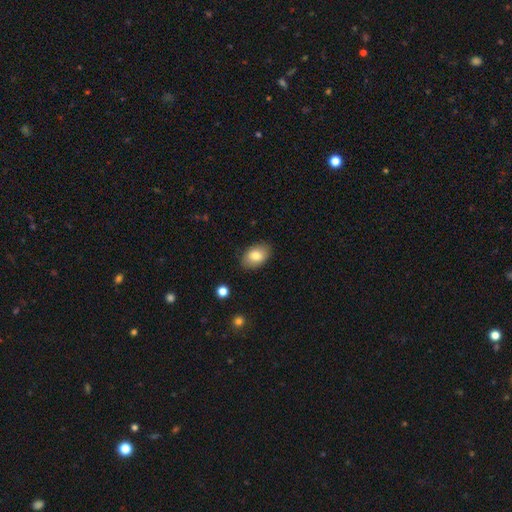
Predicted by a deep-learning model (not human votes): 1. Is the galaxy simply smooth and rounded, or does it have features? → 82% smooth, 11% featured or disk, 7% star or artifact.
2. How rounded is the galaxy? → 87% in between, 12% round, 1% cigar-shaped.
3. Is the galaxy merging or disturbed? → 85% none, 11% minor disturbance, 3% major disturbance, 1% merger.